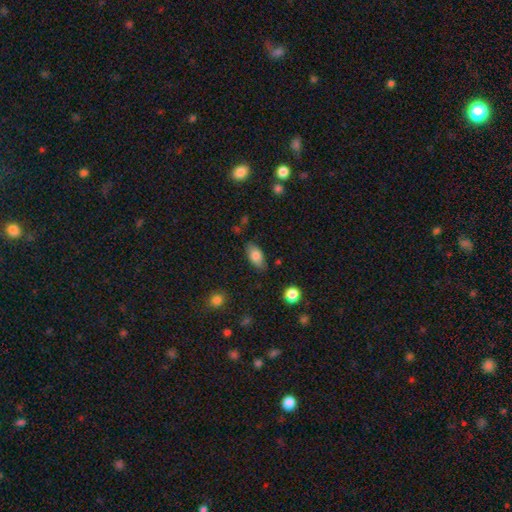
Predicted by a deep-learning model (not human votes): This is clearly a smooth galaxy (81%). How rounded: clearly in between (92%). Merging: clearly none (81%).